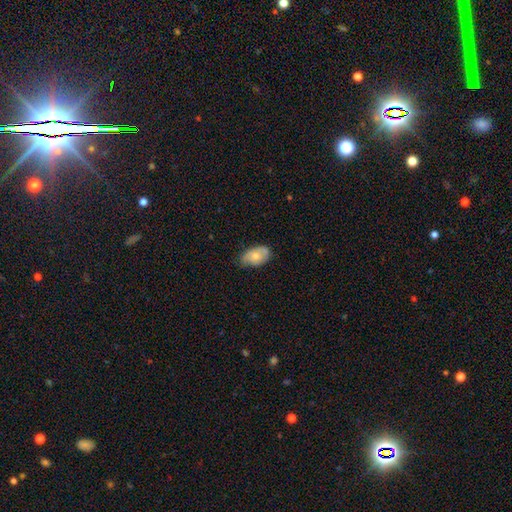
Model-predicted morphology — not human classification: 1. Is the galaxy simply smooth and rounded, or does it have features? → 66% smooth, 27% featured or disk, 7% star or artifact.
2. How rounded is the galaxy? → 91% in between, 8% round, 2% cigar-shaped.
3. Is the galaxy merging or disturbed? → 63% none, 30% minor disturbance, 5% major disturbance, 1% merger.